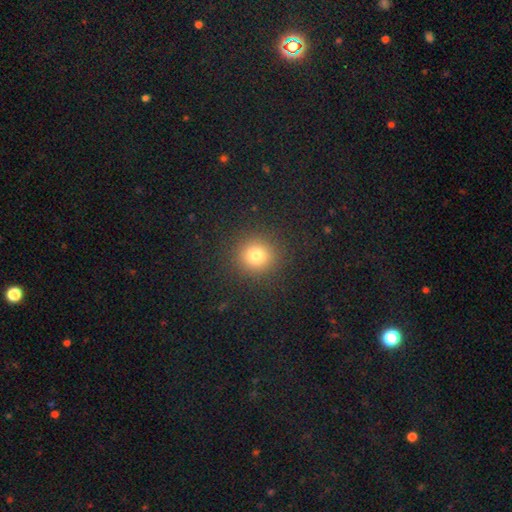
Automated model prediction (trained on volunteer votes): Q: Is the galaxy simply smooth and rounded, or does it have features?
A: smooth — 77%.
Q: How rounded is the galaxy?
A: round — 91%.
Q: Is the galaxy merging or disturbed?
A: none — 90%.